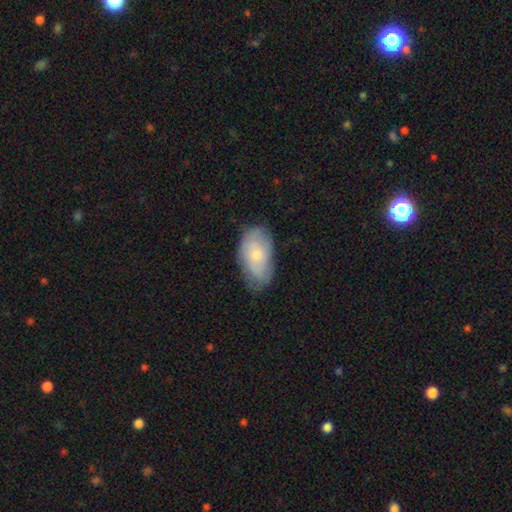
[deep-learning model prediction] Overall: smooth (62%; featured or disk 32%). How rounded: in between (93%). Merging: none (62%; minor disturbance 29%).